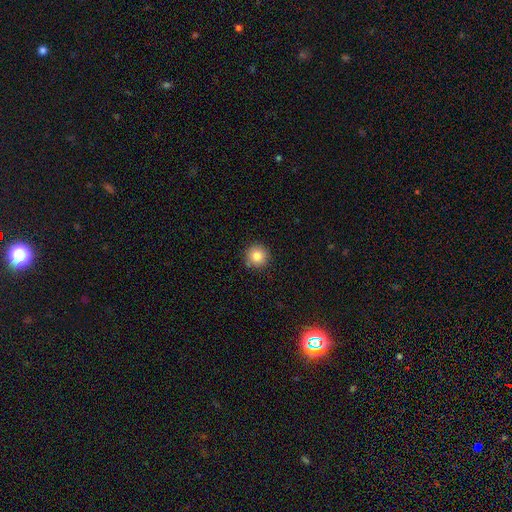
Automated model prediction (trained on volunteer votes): Morphology: type=smooth (85%); roundness=round (95%); merging=none (88%).